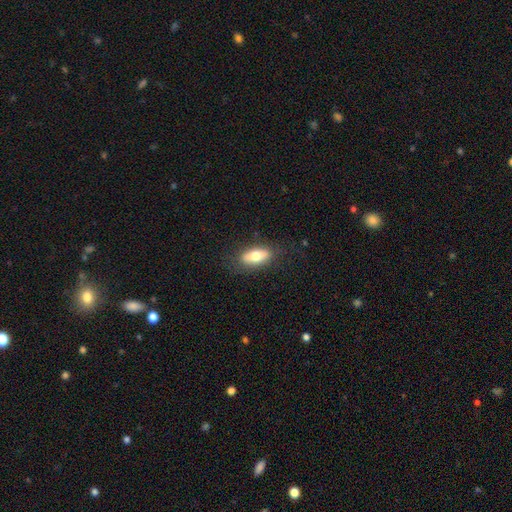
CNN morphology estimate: This appears to be a smooth galaxy with no disk features (67%) that is in between round and cigar-shaped (81%). Merging: none (81%).